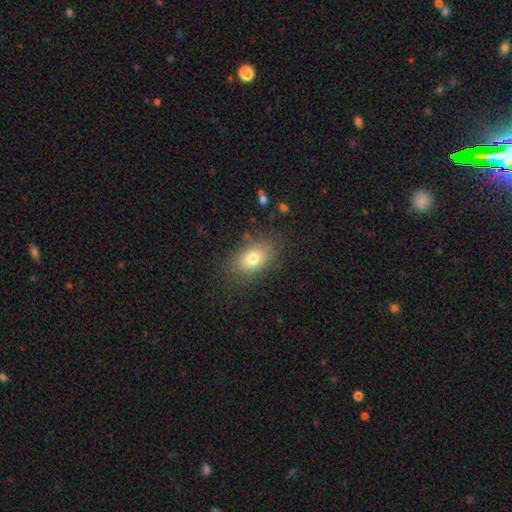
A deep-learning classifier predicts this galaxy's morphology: Smooth or featured: smooth — 77% (featured or disk — 13%)
How rounded: in between — 85% (round — 13%)
Merging: none — 81% (minor disturbance — 13%)